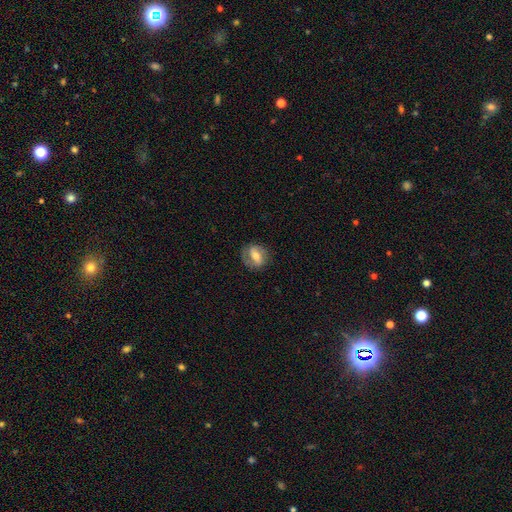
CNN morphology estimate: A featured or disk galaxy (49%). Merging: none (73%).